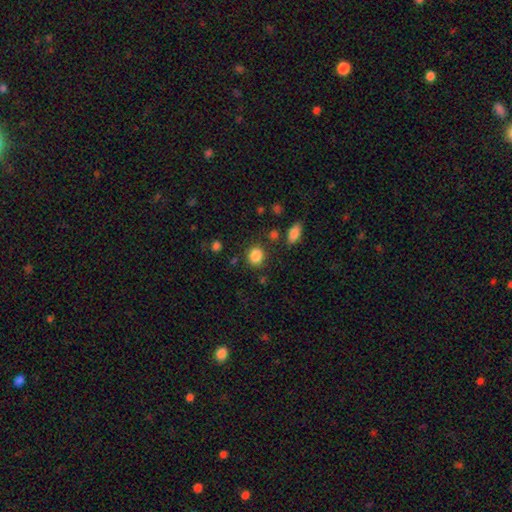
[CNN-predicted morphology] smooth-or-featured: smooth: 86% | star or artifact: 10% | featured or disk: 4%
  how-rounded: round: 72% | in between: 27% | cigar-shaped: 1%
  merging: none: 82% | minor disturbance: 10% | merger: 4% | major disturbance: 4%